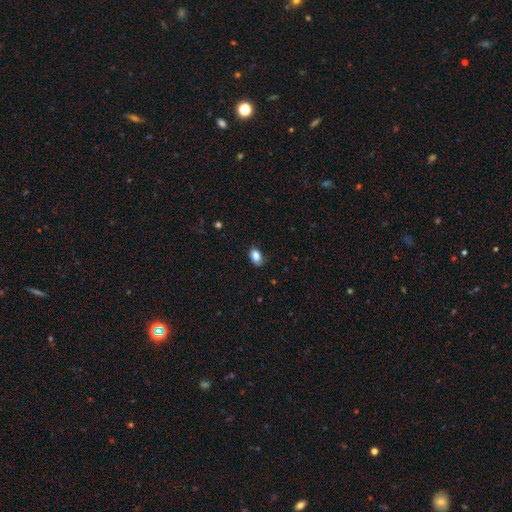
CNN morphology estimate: Overall: smooth (85%). How rounded: in between (88%). Merging: none (82%).